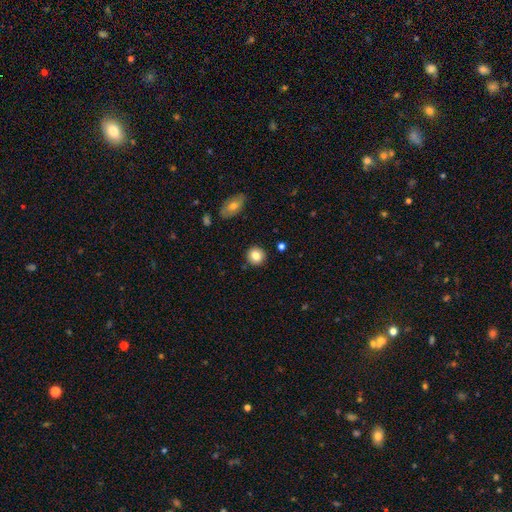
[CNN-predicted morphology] This appears to be a smooth galaxy with no disk features (82%) that is round (89%). Merging: none (89%).